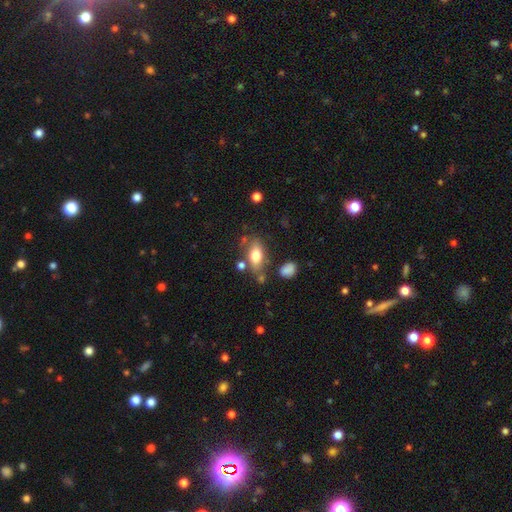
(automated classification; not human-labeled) Q: Smooth or featured?
A: smooth (72%); runner-up: featured or disk (19%)
Q: How rounded?
A: in between (84%); runner-up: cigar-shaped (8%)
Q: Merging?
A: none (65%); runner-up: minor disturbance (18%)